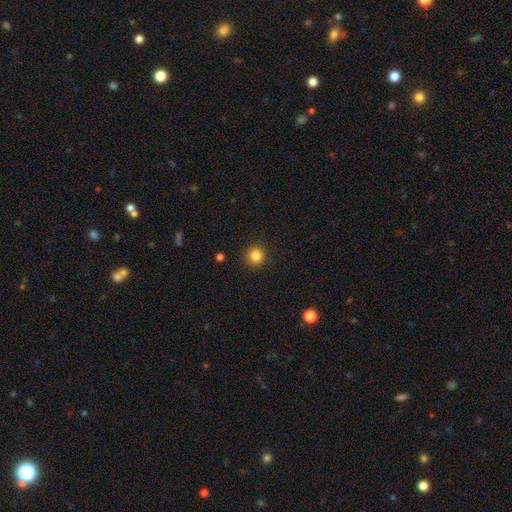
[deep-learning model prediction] A smooth galaxy with no disk features (85%) that is round (94%). Merging: none (91%).